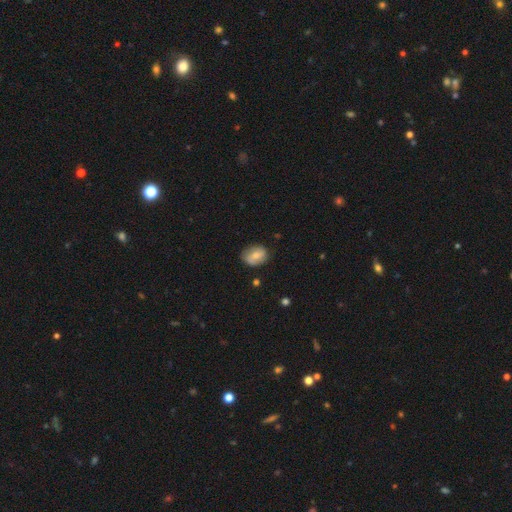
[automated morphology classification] smooth-or-featured: smooth: 65% | featured or disk: 27% | star or artifact: 8%
  how-rounded: in between: 70% | round: 29% | cigar-shaped: 1%
  merging: none: 72% | minor disturbance: 22% | major disturbance: 4% | merger: 2%